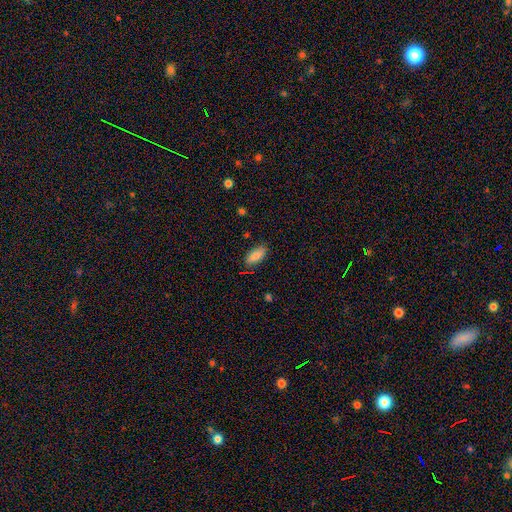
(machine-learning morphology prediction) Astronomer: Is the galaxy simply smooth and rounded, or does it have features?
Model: smooth — 82%.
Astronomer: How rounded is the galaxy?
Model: in between — 87%.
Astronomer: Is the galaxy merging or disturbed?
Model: none — 83%.